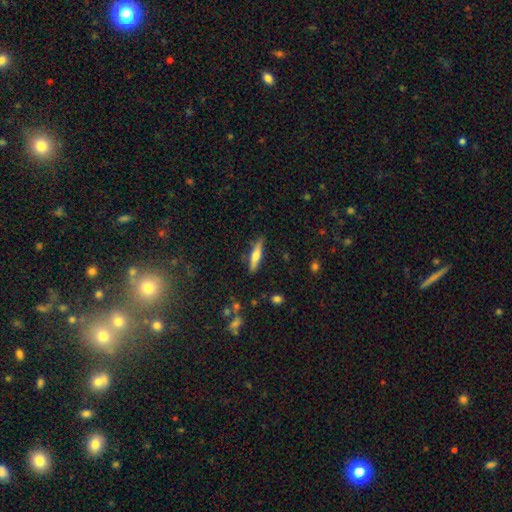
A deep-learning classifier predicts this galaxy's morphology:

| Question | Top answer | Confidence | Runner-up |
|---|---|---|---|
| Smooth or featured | smooth | 55% | featured or disk (39%) |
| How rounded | cigar-shaped | 82% | in between (16%) |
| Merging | none | 86% | minor disturbance (10%) |